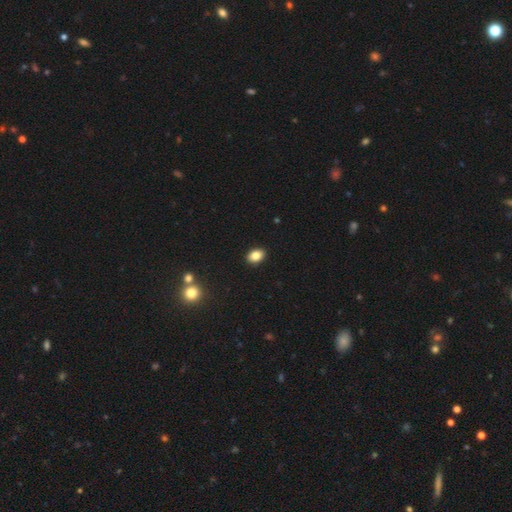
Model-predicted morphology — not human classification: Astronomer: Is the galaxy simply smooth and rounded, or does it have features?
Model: smooth — 84%.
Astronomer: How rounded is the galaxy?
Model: in between — 80%.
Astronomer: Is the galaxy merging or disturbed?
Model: none — 91%.